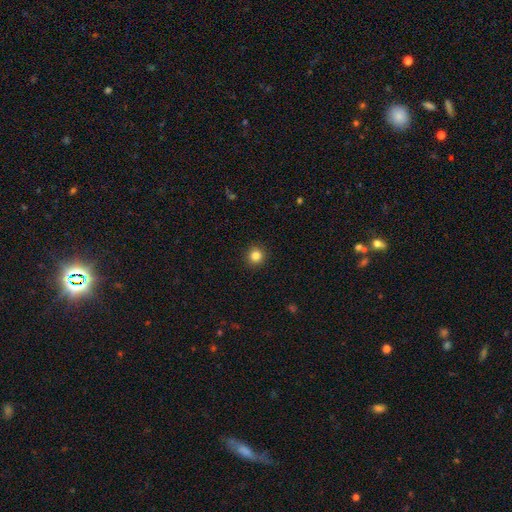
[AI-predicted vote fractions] Smooth or featured? Predicted: smooth (p=0.84). How rounded? Predicted: round (p=0.94). Merging? Predicted: none (p=0.92).